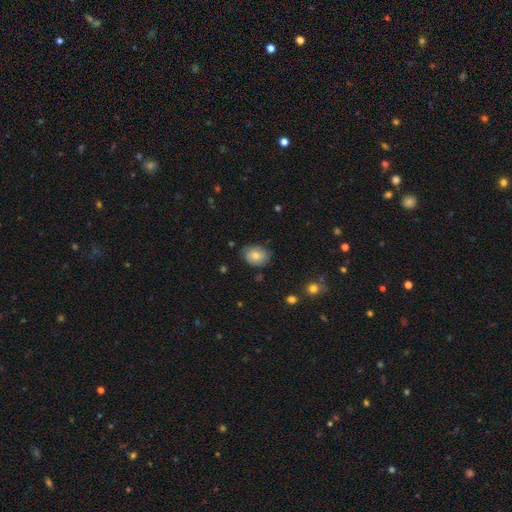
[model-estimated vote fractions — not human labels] A smooth galaxy with no disk features (72%) that is in between round and cigar-shaped (62%).

Vote fractions:
- Smooth or featured? smooth: 72% / featured or disk: 19% / star or artifact: 8%
- How rounded? in between: 62% / round: 37% / cigar-shaped: 1%
- Merging? none: 74% / minor disturbance: 21% / major disturbance: 4% / merger: 1%